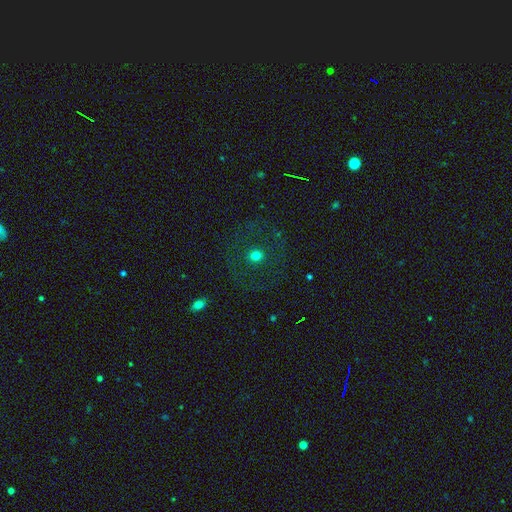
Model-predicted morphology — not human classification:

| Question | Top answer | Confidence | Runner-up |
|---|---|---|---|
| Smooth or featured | smooth | 63% | featured or disk (20%) |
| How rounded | round | 86% | in between (13%) |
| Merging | none | 82% | minor disturbance (9%) |